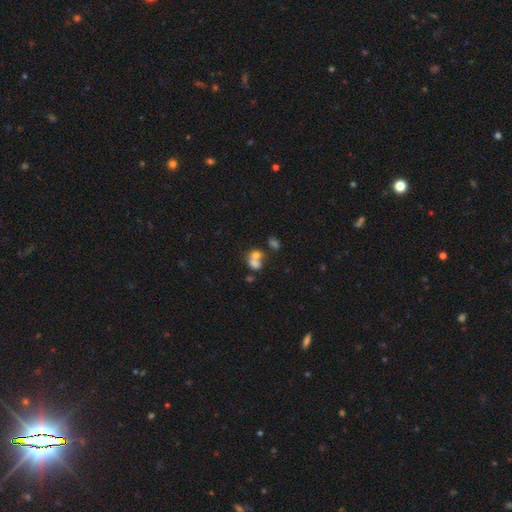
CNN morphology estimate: Smooth or featured? smooth (69%)
How rounded? in between (54%)
Merging? merger (61%)